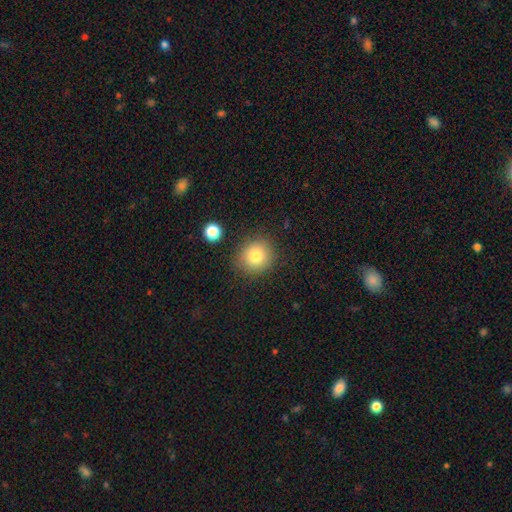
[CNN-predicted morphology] smooth_or_featured: smooth (p=0.79) [alt: star or artifact p=0.12]
how_rounded: round (p=0.87) [alt: in between p=0.12]
merging: none (p=0.84) [alt: minor disturbance p=0.10]